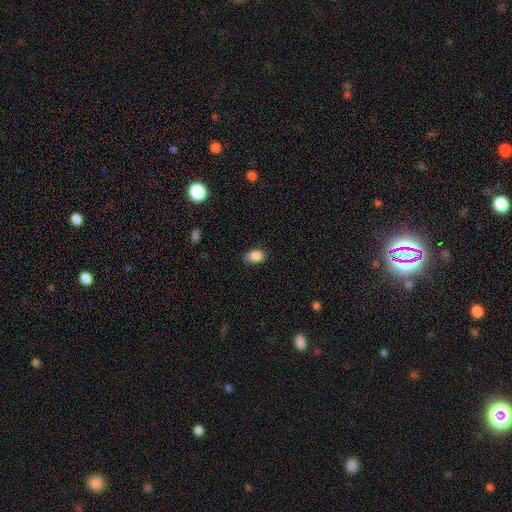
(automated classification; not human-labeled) Smooth or featured?
  - smooth: 86% *
  - star or artifact: 8%
  - featured or disk: 6%
How rounded?
  - in between: 76% *
  - round: 23%
  - cigar-shaped: 1%
Merging?
  - none: 64% *
  - minor disturbance: 29%
  - major disturbance: 5%
  - merger: 1%